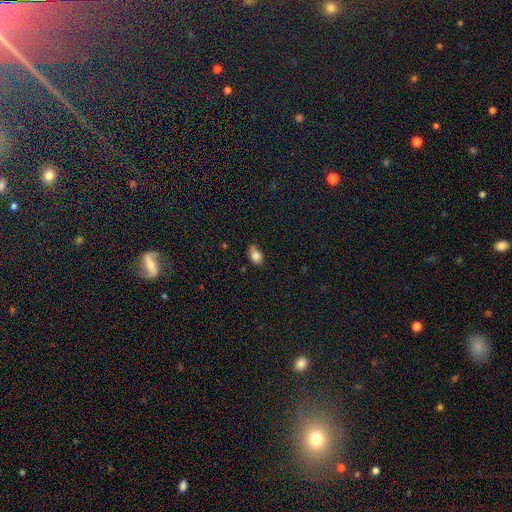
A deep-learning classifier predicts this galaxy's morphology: smooth-or-featured: smooth: 84% | star or artifact: 9% | featured or disk: 7%
  how-rounded: in between: 86% | round: 13% | cigar-shaped: 2%
  merging: none: 71% | minor disturbance: 24% | major disturbance: 4% | merger: 2%